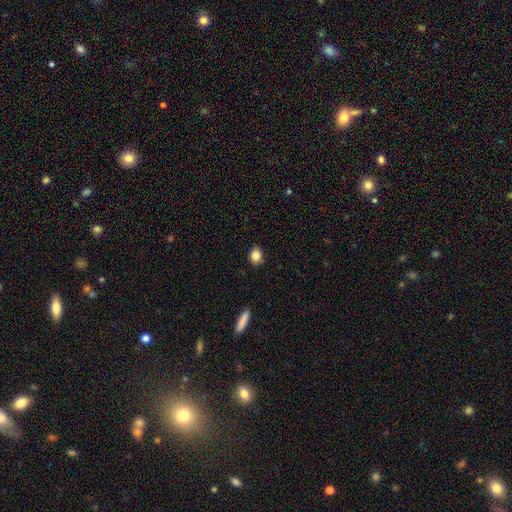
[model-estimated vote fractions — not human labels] Smooth or featured? smooth (85%)
How rounded? in between (54%)
Merging? none (86%)